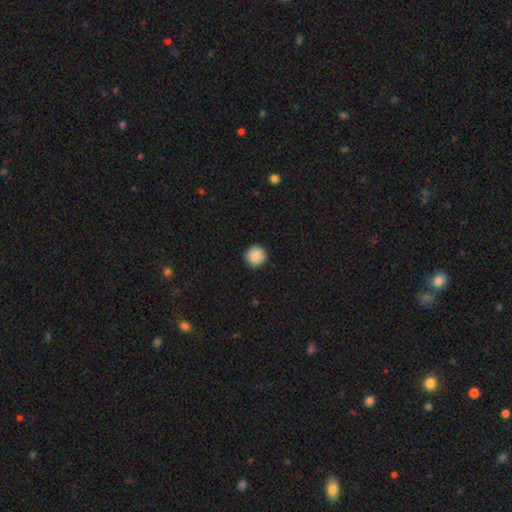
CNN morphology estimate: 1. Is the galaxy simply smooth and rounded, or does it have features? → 89% smooth, 8% star or artifact, 3% featured or disk.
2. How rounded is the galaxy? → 96% round, 3% in between, 1% cigar-shaped.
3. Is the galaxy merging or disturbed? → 93% none, 5% minor disturbance, 1% major disturbance, 1% merger.